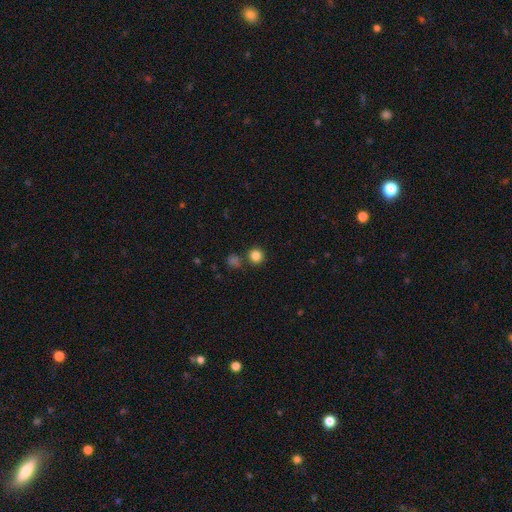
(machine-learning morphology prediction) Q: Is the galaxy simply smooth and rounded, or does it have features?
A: smooth — 83%.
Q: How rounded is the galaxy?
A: round — 93%.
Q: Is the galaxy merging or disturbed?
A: none — 81%.